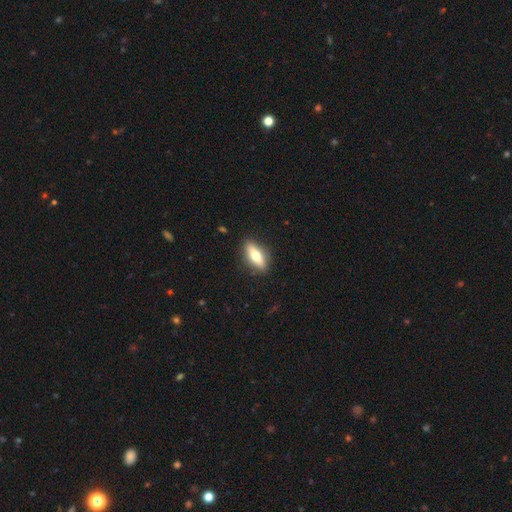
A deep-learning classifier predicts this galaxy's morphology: This is possibly a smooth galaxy (53%). How rounded: likely in between (62%). Merging: clearly none (88%).